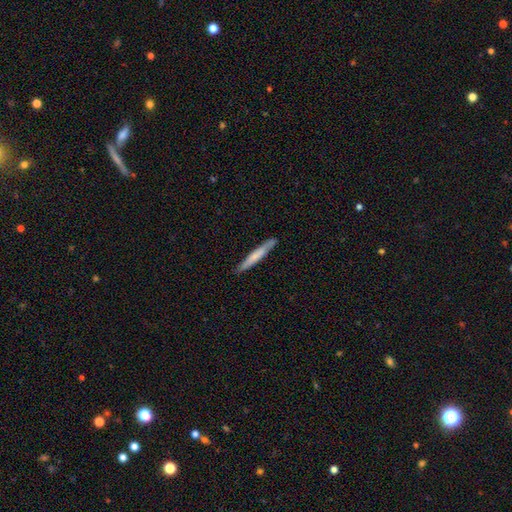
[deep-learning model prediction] This appears to be a smooth galaxy with no disk features (63%) that is cigar-shaped (96%). Merging: none (88%).